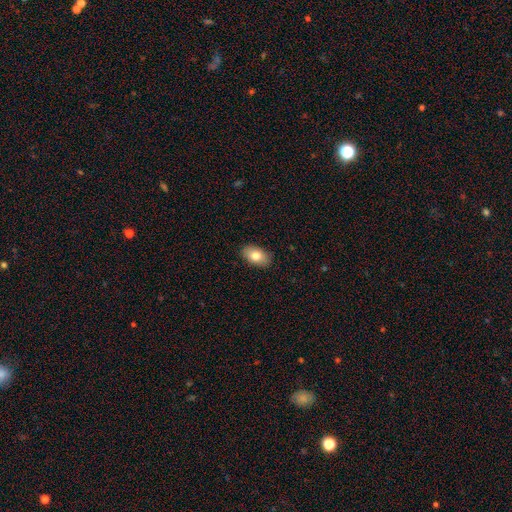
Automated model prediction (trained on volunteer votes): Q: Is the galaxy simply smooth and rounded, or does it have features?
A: smooth — 79%.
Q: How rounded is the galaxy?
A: in between — 91%.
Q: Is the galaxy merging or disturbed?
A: none — 89%.